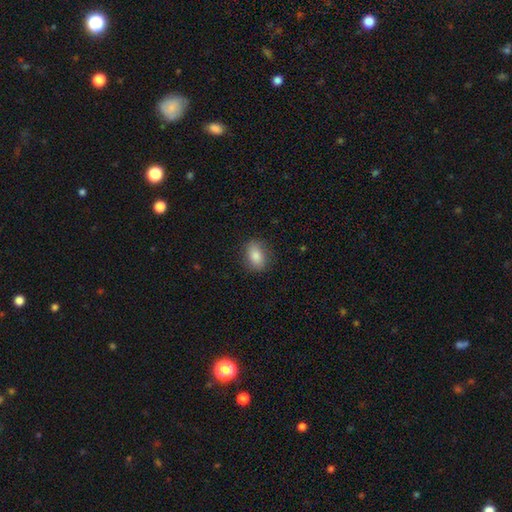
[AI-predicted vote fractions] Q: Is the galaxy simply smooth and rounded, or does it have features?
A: smooth — 84%.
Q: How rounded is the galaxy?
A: in between — 80%.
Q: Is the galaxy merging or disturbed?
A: none — 84%.